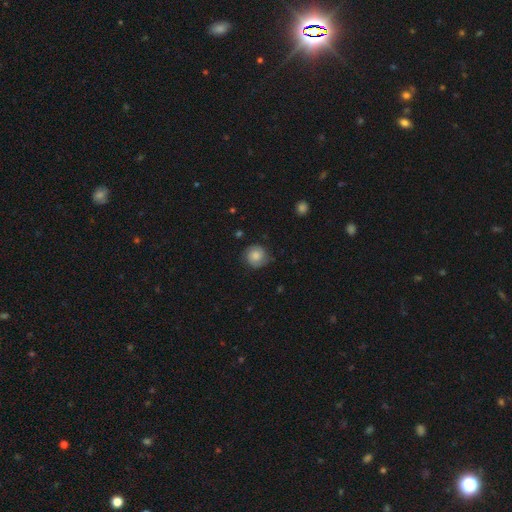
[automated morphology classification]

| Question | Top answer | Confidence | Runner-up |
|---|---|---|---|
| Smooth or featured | smooth | 72% | featured or disk (20%) |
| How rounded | round | 91% | in between (8%) |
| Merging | none | 79% | minor disturbance (16%) |